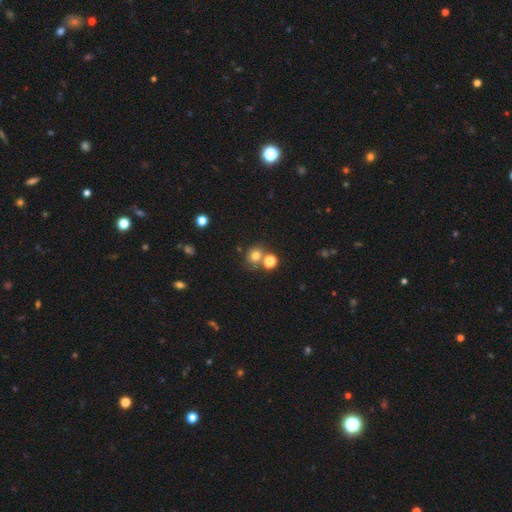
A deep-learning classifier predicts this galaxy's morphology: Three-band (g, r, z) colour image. It shows a smooth galaxy with no disk features (74%) that is round (75%). Merging: none (60%).